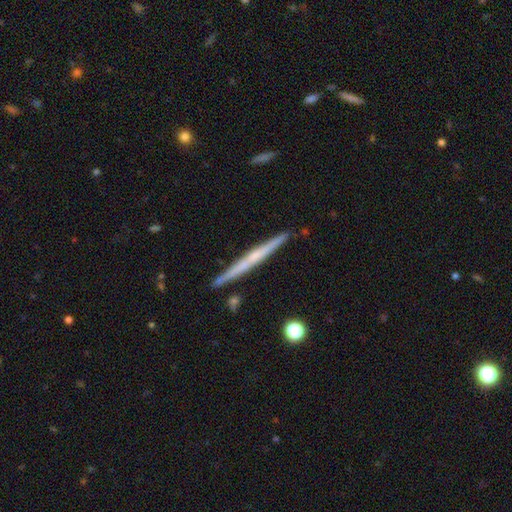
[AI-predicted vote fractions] smooth_or_featured: featured or disk (p=0.63) [alt: smooth p=0.31]
disk_edge_on: yes (p=0.98) [alt: no p=0.02]
edge_on_bulge: none (p=0.58) [alt: rounded p=0.33]
merging: none (p=0.89) [alt: minor disturbance p=0.08]